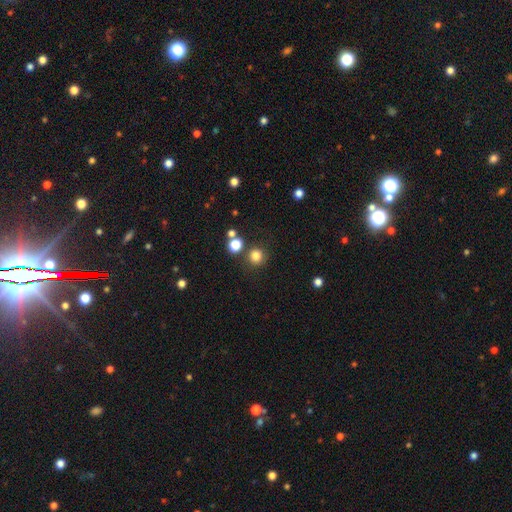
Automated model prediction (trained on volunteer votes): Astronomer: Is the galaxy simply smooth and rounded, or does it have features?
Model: smooth — 81%.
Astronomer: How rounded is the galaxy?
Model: round — 93%.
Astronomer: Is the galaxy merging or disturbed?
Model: none — 82%.